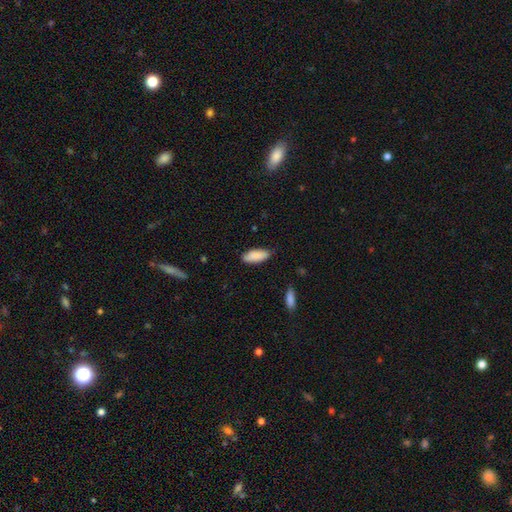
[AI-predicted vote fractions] smooth_or_featured: smooth (p=0.88) [alt: featured or disk p=0.06]
how_rounded: in between (p=0.77) [alt: cigar-shaped p=0.22]
merging: none (p=0.78) [alt: minor disturbance p=0.18]